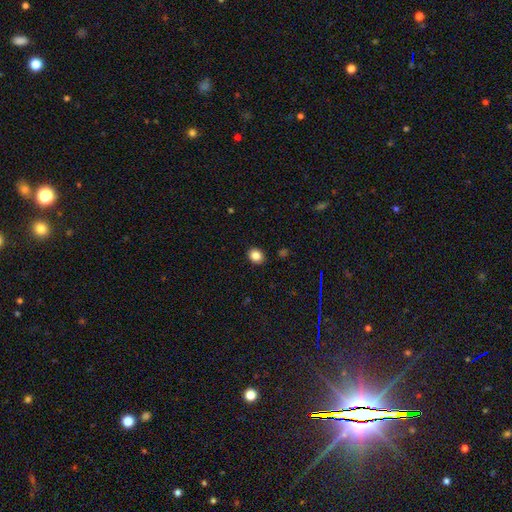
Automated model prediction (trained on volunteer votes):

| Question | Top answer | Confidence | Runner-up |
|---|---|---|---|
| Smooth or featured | smooth | 84% | star or artifact (11%) |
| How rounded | round | 59% | in between (40%) |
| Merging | none | 90% | minor disturbance (7%) |